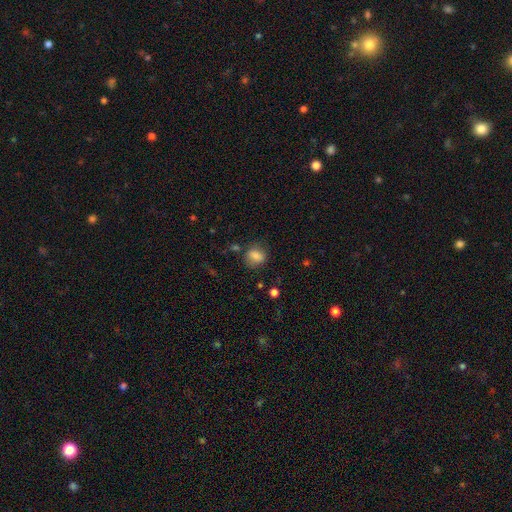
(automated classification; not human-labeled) Morphology: type=smooth (81%); roundness=in between (51%); merging=none (71%).